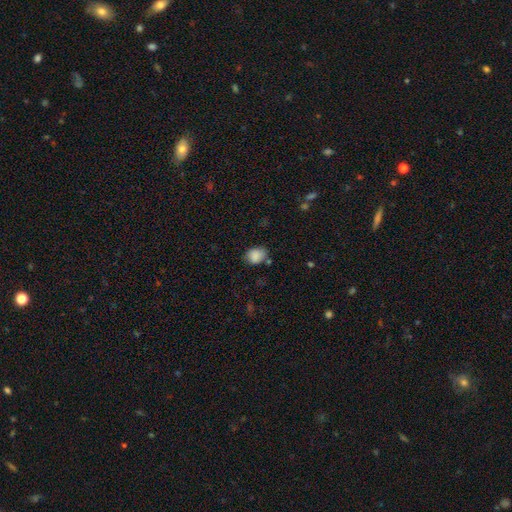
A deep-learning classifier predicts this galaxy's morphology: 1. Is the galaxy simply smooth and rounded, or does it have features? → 84% smooth, 9% star or artifact, 7% featured or disk.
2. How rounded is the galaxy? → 50% in between, 49% round, 1% cigar-shaped.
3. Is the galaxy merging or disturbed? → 65% none, 23% minor disturbance, 6% merger, 6% major disturbance.